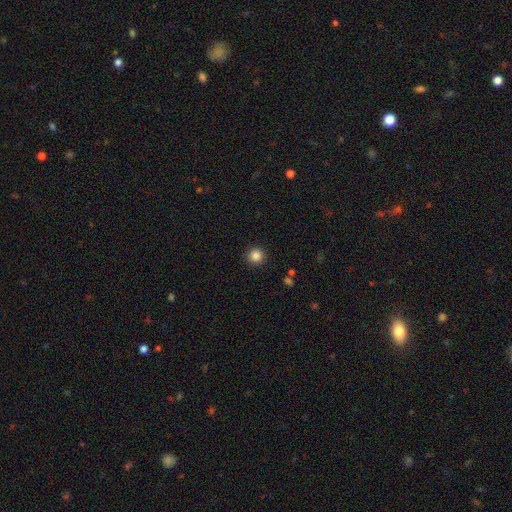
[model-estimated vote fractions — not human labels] The model was most divided on "smooth or featured": smooth: 85%, star or artifact: 11%, featured or disk: 4%. More confident: how rounded — round (95%); merging — none (92%).